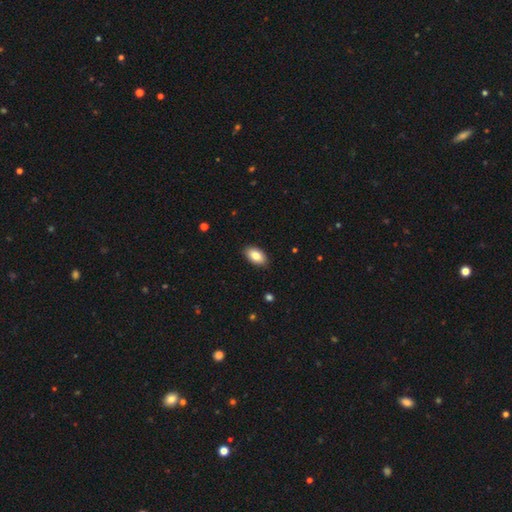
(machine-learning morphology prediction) Smooth or featured?
  - smooth: 84% *
  - featured or disk: 9%
  - star or artifact: 7%
How rounded?
  - in between: 94% *
  - round: 4%
  - cigar-shaped: 2%
Merging?
  - none: 89% *
  - minor disturbance: 8%
  - major disturbance: 2%
  - merger: 1%